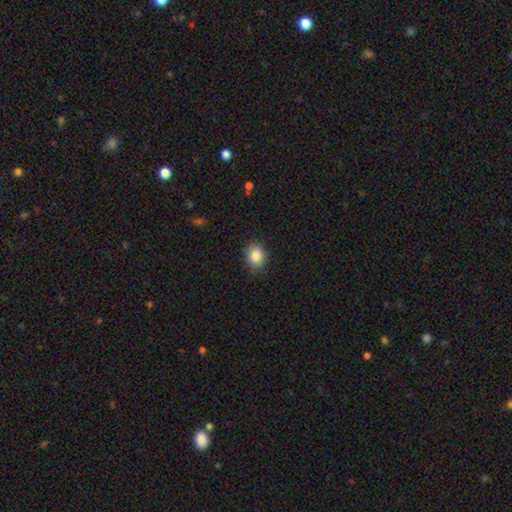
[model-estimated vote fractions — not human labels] Smooth or featured? smooth (86%)
How rounded? in between (55%)
Merging? none (84%)